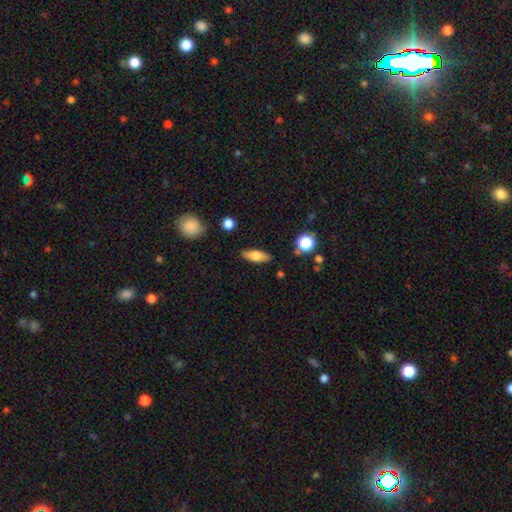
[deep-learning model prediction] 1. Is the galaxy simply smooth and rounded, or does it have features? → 71% smooth, 22% featured or disk, 7% star or artifact.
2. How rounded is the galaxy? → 66% in between, 30% cigar-shaped, 4% round.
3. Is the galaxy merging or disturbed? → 86% none, 10% minor disturbance, 2% major disturbance, 2% merger.